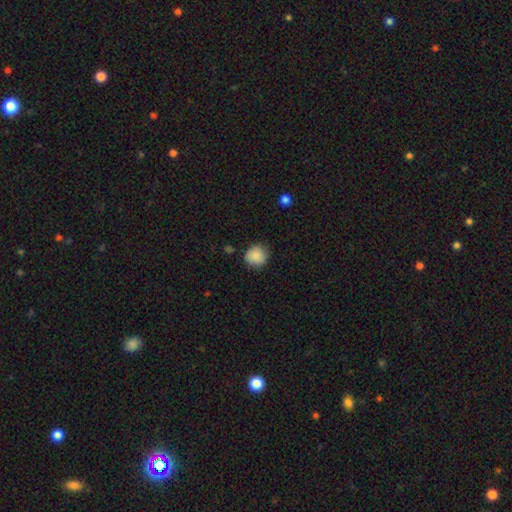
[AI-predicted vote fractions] A smooth galaxy with no disk features (87%) that is round (90%). Merging: none (84%).